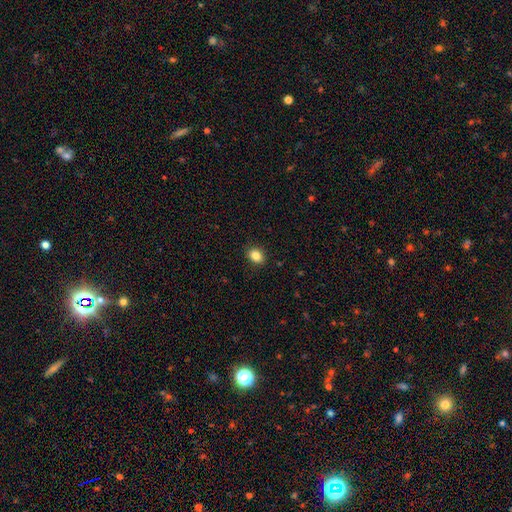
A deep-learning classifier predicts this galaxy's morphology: Smooth or featured?
  - smooth: 85% *
  - star or artifact: 10%
  - featured or disk: 5%
How rounded?
  - in between: 60% *
  - round: 39%
  - cigar-shaped: 1%
Merging?
  - none: 90% *
  - minor disturbance: 7%
  - major disturbance: 2%
  - merger: 1%